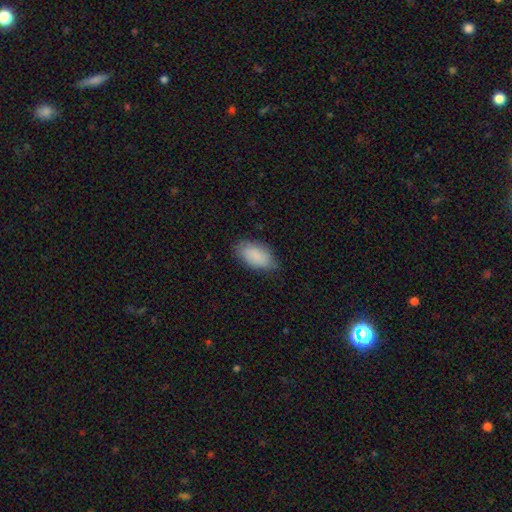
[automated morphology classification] smooth_or_featured: smooth (p=0.87) [alt: featured or disk p=0.07]
how_rounded: in between (p=0.94) [alt: round p=0.03]
merging: none (p=0.77) [alt: minor disturbance p=0.18]